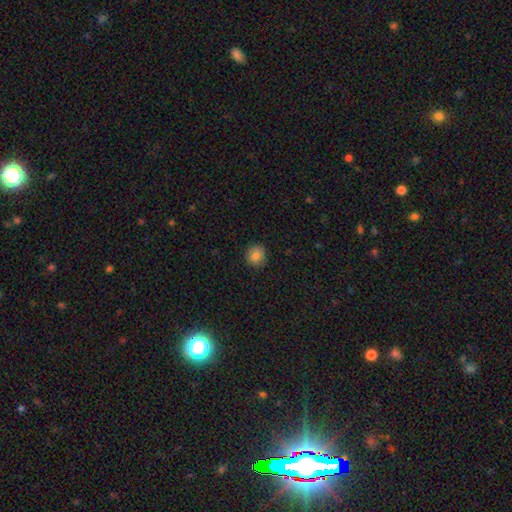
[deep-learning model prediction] A smooth galaxy with no disk features (84%) that is round (86%).

Vote fractions:
- Smooth or featured? smooth: 84% / star or artifact: 10% / featured or disk: 6%
- How rounded? round: 86% / in between: 13% / cigar-shaped: 1%
- Merging? none: 89% / minor disturbance: 8% / major disturbance: 2% / merger: 1%